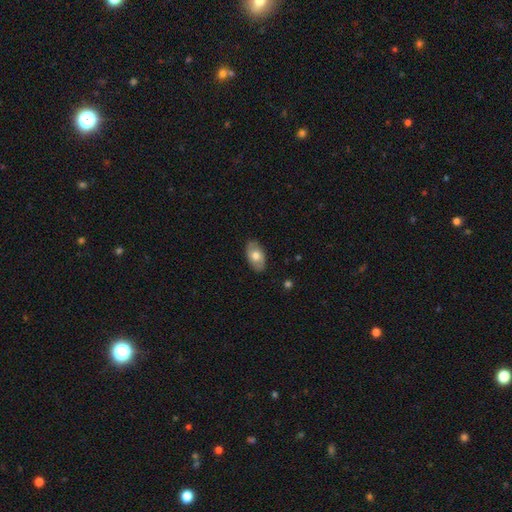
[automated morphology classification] A smooth galaxy with no disk features (69%) that is in between round and cigar-shaped (93%). Merging: none (86%).